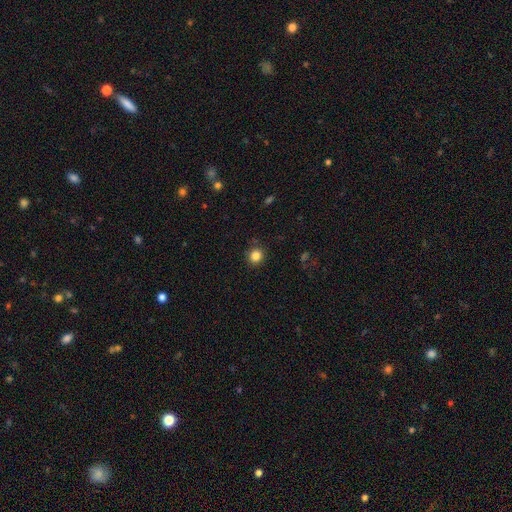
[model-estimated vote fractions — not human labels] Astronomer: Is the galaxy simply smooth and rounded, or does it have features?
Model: smooth — 84%.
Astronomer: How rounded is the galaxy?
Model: round — 90%.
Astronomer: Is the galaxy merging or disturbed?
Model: none — 88%.